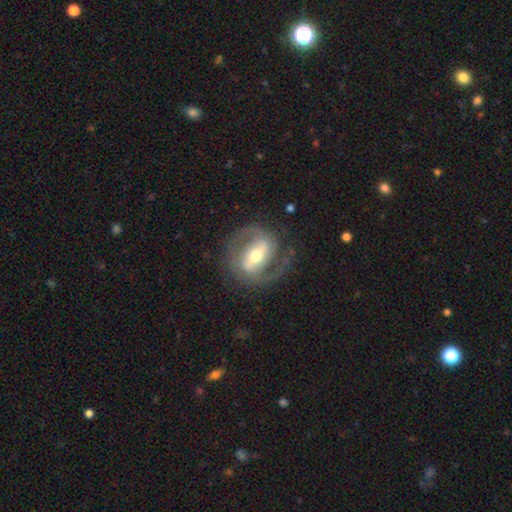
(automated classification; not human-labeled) Smooth or featured? featured or disk (86%)
Edge-on disk? no (96%)
Bar? strong (57%)
Spiral arms? yes (92%)
Spiral winding? medium (51%)
Spiral arm count? 2 (88%)
Bulge size? moderate (68%)
Merging? none (75%)